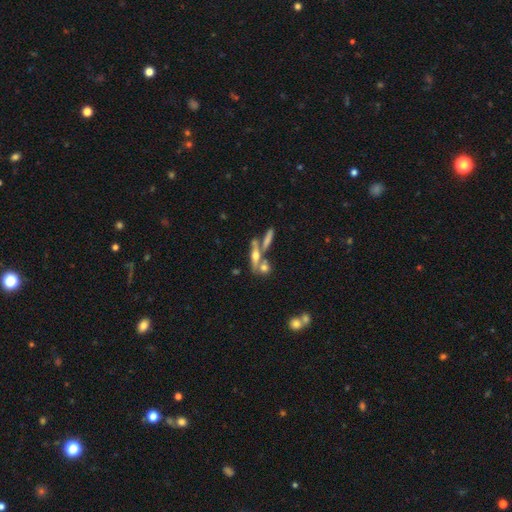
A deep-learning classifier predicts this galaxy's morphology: Q: Smooth or featured?
A: featured or disk (53%); runner-up: smooth (35%)
Q: Edge-on disk?
A: yes (78%); runner-up: no (22%)
Q: Merging?
A: none (51%); runner-up: merger (33%)